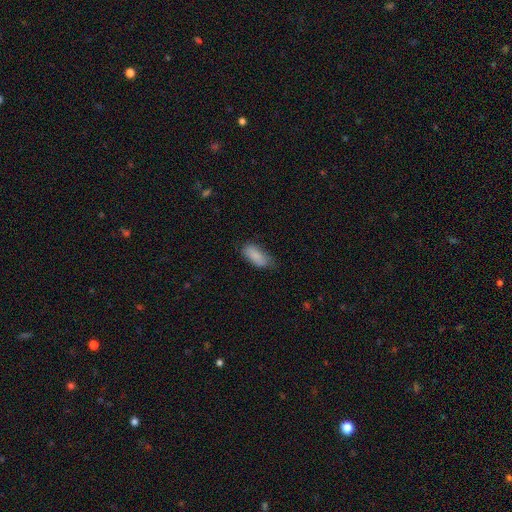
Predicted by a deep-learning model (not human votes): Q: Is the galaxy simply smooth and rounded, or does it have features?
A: smooth — 86%.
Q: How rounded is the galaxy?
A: in between — 86%.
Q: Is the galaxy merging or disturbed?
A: none — 67%.